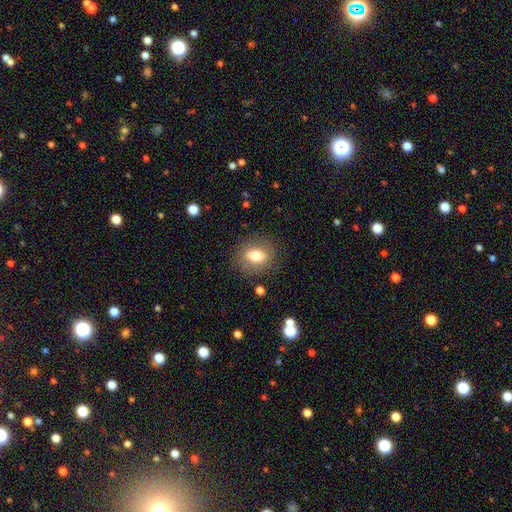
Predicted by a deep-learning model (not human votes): Smooth or featured?
  - smooth: 74% *
  - featured or disk: 17%
  - star or artifact: 10%
How rounded?
  - in between: 53% *
  - round: 45%
  - cigar-shaped: 2%
Merging?
  - none: 83% *
  - minor disturbance: 11%
  - major disturbance: 4%
  - merger: 1%